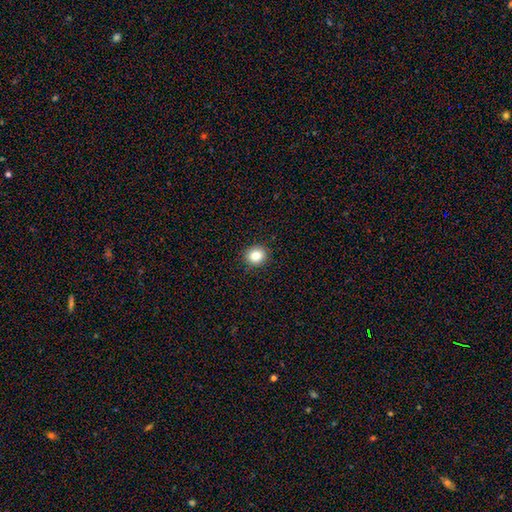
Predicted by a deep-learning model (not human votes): Overall: smooth (84%). How rounded: round (74%). Merging: none (91%).